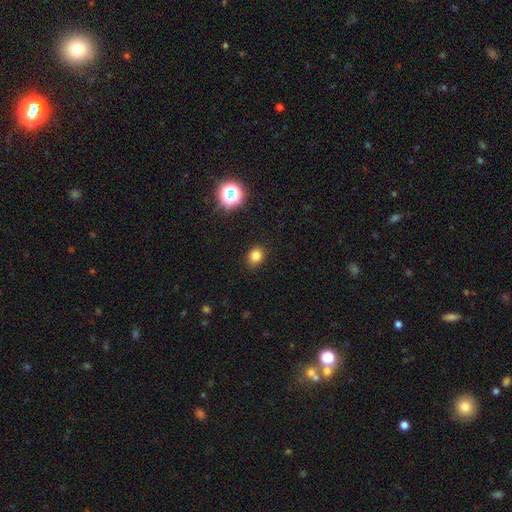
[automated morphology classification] Q: Smooth or featured?
A: smooth (81%); runner-up: star or artifact (14%)
Q: How rounded?
A: round (58%); runner-up: in between (41%)
Q: Merging?
A: none (89%); runner-up: minor disturbance (8%)